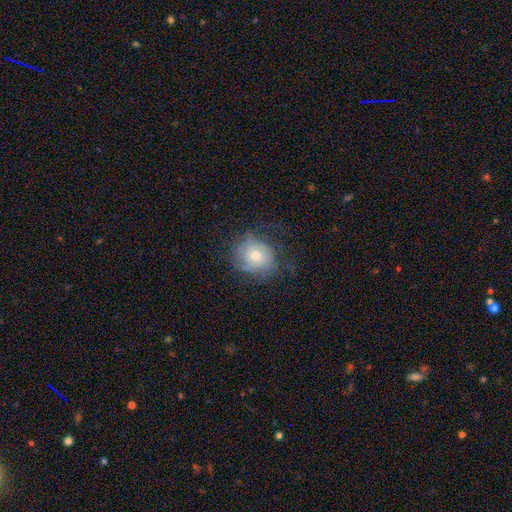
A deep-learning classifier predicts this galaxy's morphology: This appears to be a featured or disk galaxy (45%). Merging: none (58%).